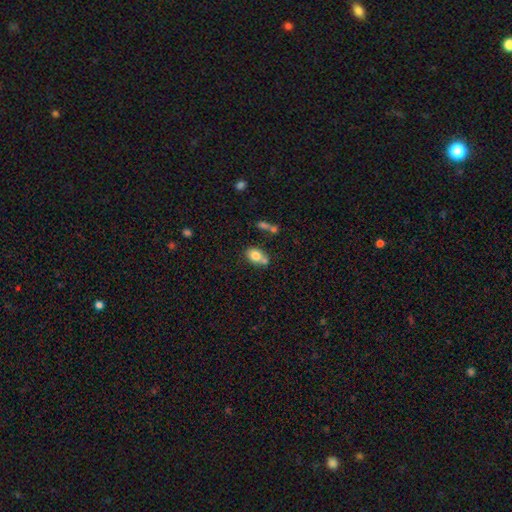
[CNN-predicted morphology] Overall: smooth (78%). How rounded: in between (67%; round 32%). Merging: none (46%; merger 34%).